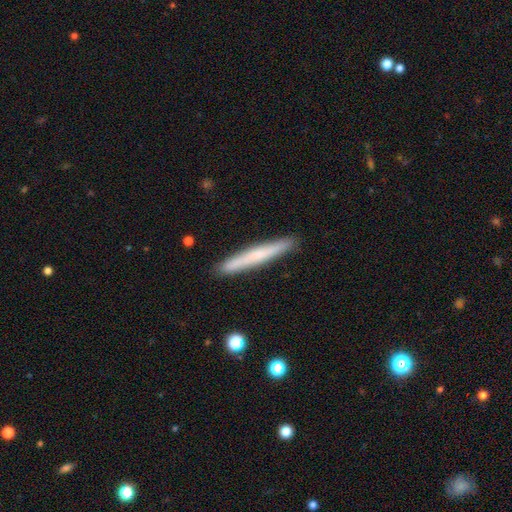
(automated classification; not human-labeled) Morphology: type=smooth (58%); roundness=cigar-shaped (97%); merging=none (91%).